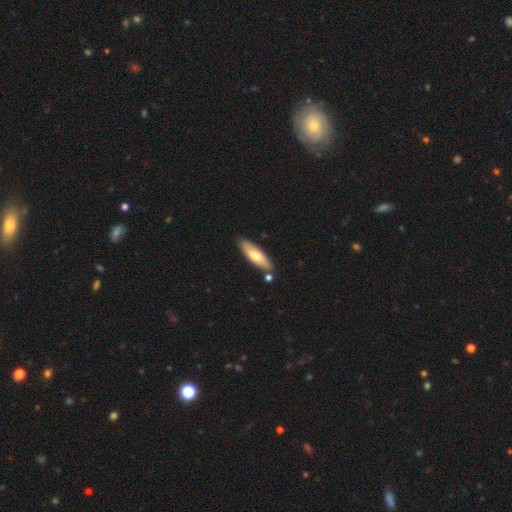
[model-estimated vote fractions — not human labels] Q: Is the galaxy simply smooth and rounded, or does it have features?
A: smooth — 69%.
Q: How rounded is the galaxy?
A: cigar-shaped — 55%.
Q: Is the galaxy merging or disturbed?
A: none — 80%.